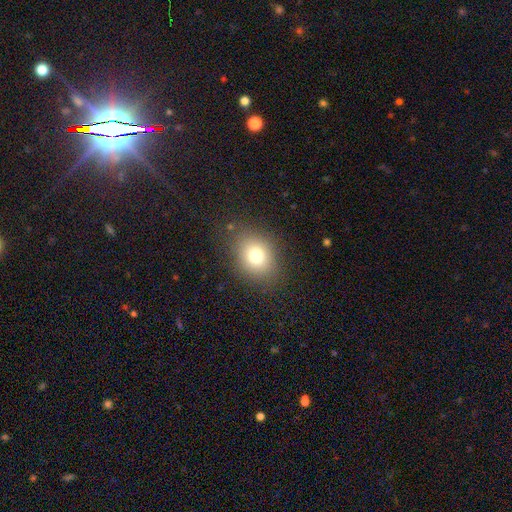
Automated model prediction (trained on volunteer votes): Smooth or featured?
  - smooth: 76% *
  - star or artifact: 13%
  - featured or disk: 11%
How rounded?
  - in between: 50% *
  - round: 49%
  - cigar-shaped: 1%
Merging?
  - none: 83% *
  - minor disturbance: 11%
  - major disturbance: 5%
  - merger: 1%